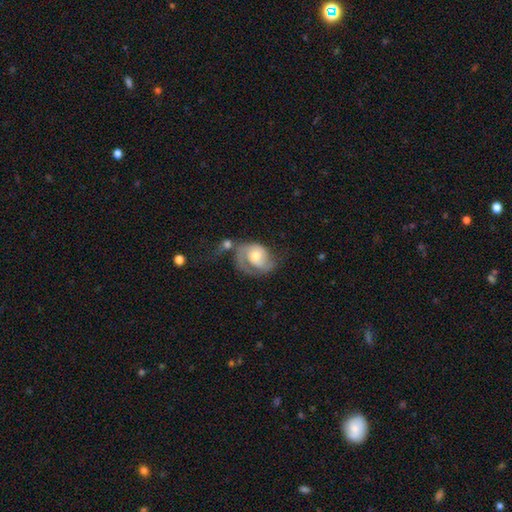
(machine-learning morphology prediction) Overall: featured or disk (75%). Edge-on disk: no (97%). Bar: no (69%). Spiral arms: yes (91%). Spiral arm count: 2 (55%; 1 27%). Spiral winding: medium (40%, tied with tight). Bulge size: moderate (64%). Merging: none (33%; major disturbance 28%).